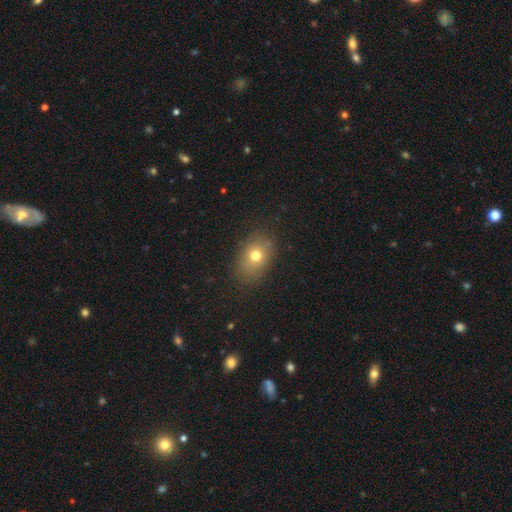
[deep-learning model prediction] Smooth or featured?
  - smooth: 72% *
  - featured or disk: 15%
  - star or artifact: 12%
How rounded?
  - in between: 70% *
  - round: 29%
  - cigar-shaped: 1%
Merging?
  - none: 81% *
  - minor disturbance: 13%
  - major disturbance: 5%
  - merger: 1%